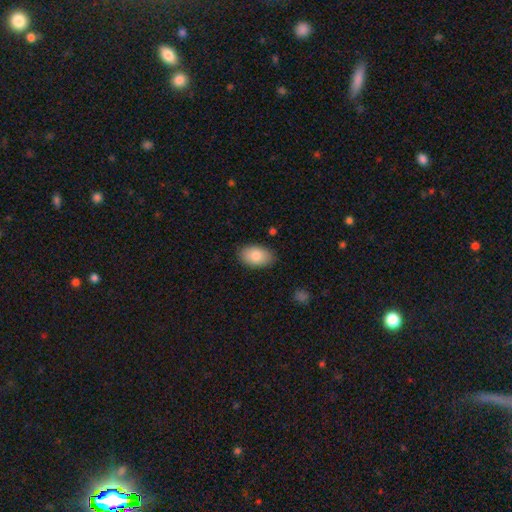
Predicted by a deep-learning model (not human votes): A smooth galaxy with no disk features (85%) that is in between round and cigar-shaped (92%).

Vote fractions:
- Smooth or featured? smooth: 85% / featured or disk: 9% / star or artifact: 6%
- How rounded? in between: 92% / round: 6% / cigar-shaped: 1%
- Merging? none: 85% / minor disturbance: 11% / major disturbance: 2% / merger: 1%